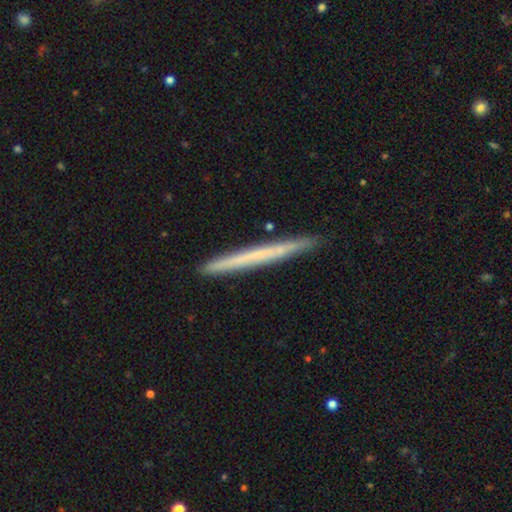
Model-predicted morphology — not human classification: Smooth or featured? smooth (50%)
How rounded? cigar-shaped (98%)
Merging? none (91%)